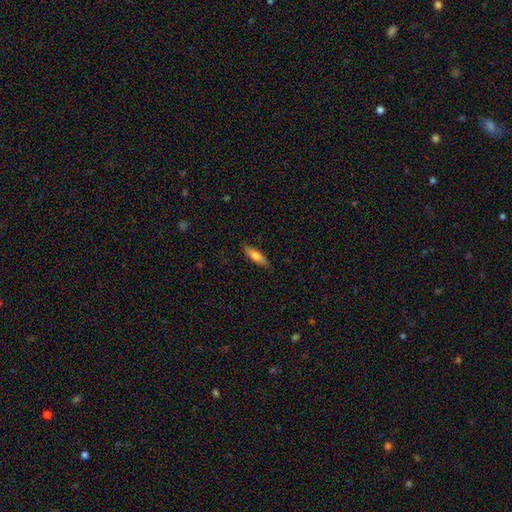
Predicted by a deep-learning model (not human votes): smooth-or-featured: smooth: 68% | featured or disk: 26% | star or artifact: 6%
  how-rounded: cigar-shaped: 59% | in between: 39% | round: 2%
  merging: none: 86% | minor disturbance: 11% | major disturbance: 2% | merger: 1%